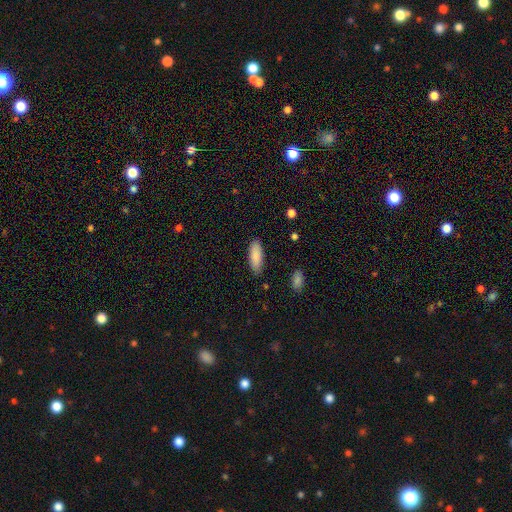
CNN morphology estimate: Smooth or featured: smooth — 88% (featured or disk — 7%)
How rounded: in between — 69% (cigar-shaped — 29%)
Merging: none — 86% (minor disturbance — 10%)